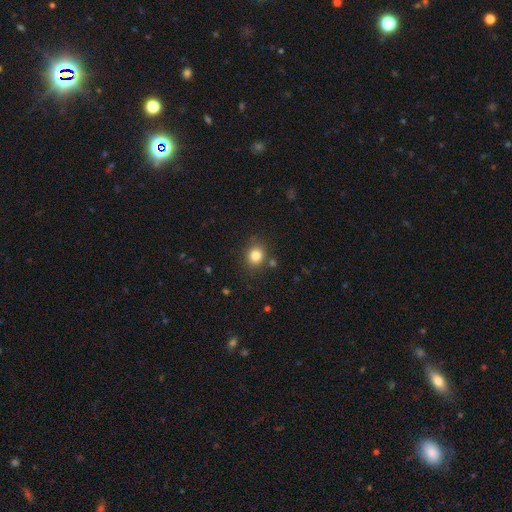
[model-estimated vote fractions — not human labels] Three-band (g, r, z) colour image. It shows a smooth galaxy with no disk features (82%) that is round (74%). Merging: none (82%).